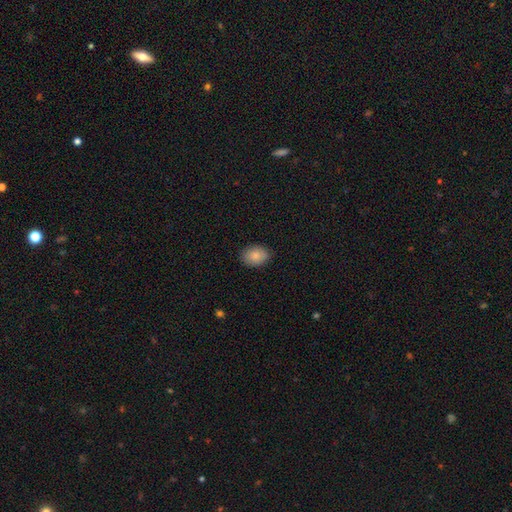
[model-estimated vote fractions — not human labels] This appears to be a smooth galaxy with no disk features (85%) that is in between round and cigar-shaped (70%). Merging: none (86%).